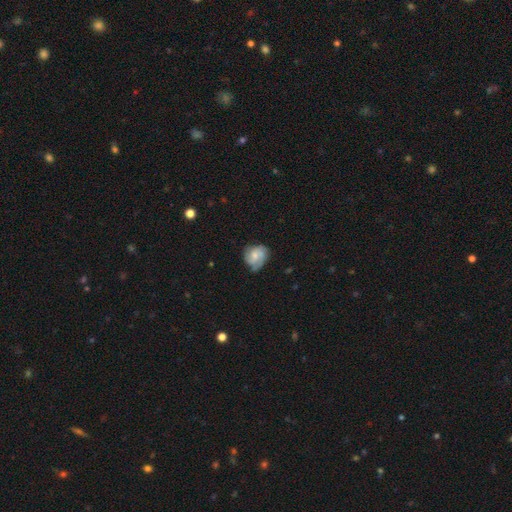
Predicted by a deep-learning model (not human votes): Smooth or featured: featured or disk — 58% (smooth — 35%)
Edge-on disk: no — 97% (yes — 3%)
Bar: no — 66% (weak — 29%)
Spiral arms: yes — 88% (no — 12%)
Bulge size: small — 45% (moderate — 42%)
Merging: none — 55% (minor disturbance — 30%)